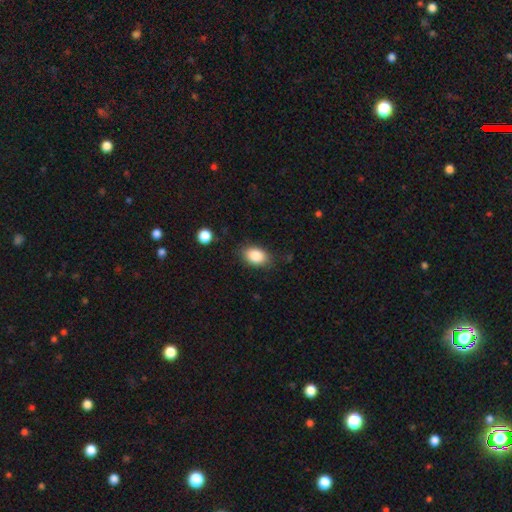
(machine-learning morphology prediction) A smooth galaxy with no disk features (86%) that is in between round and cigar-shaped (84%).

Vote fractions:
- Smooth or featured? smooth: 86% / star or artifact: 8% / featured or disk: 6%
- How rounded? in between: 84% / round: 15% / cigar-shaped: 1%
- Merging? none: 82% / minor disturbance: 13% / major disturbance: 3% / merger: 2%